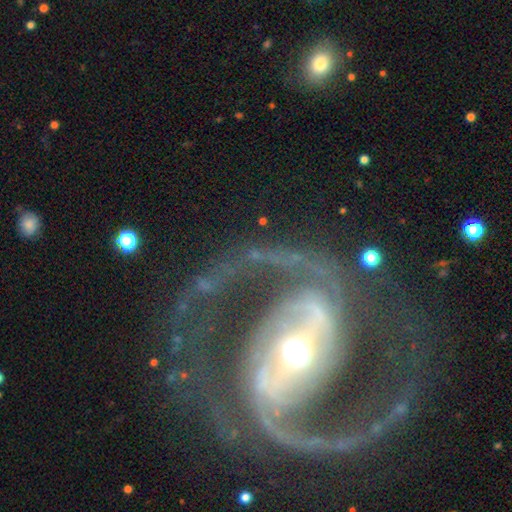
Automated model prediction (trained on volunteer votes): Morphology: type=featured or disk (85%); edge-on=no (95%); bar=strong (44%); spiral arms=yes (88%); winding=medium (43%); arm count=2 (71%); bulge=moderate (63%); merging=none (54%).